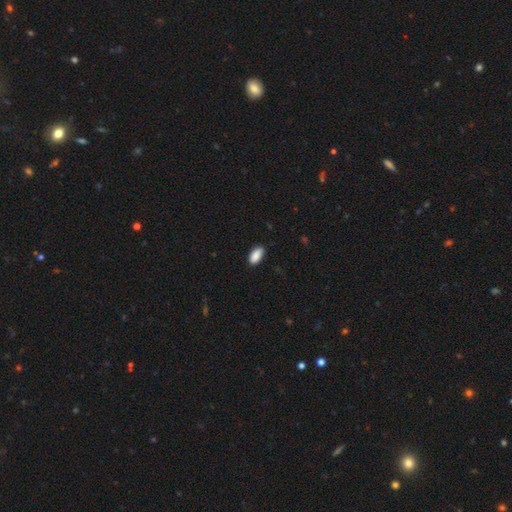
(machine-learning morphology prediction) This appears to be a smooth galaxy with no disk features (90%) that is in between round and cigar-shaped (91%). Merging: none (83%).